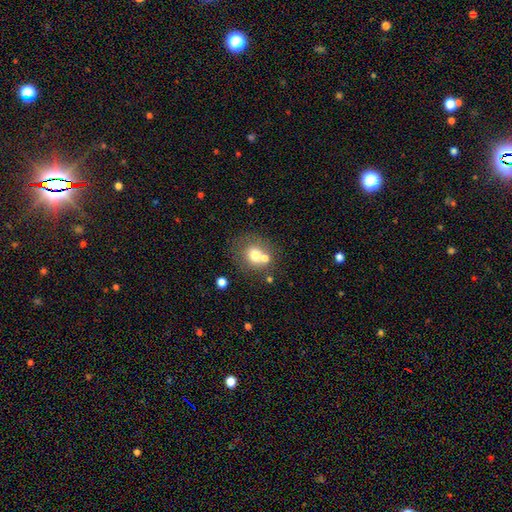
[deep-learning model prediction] Overall: smooth (70%). How rounded: round (78%). Merging: none (53%; merger 30%).